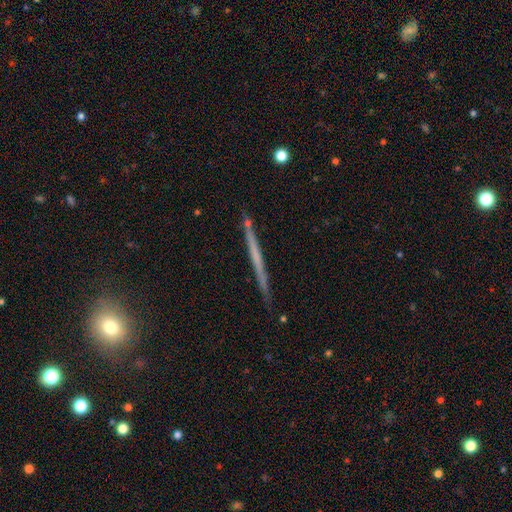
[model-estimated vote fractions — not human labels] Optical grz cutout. It shows a featured or disk galaxy (56%) viewed edge-on (98%) with no central bulge (90%). Merging: none (88%).